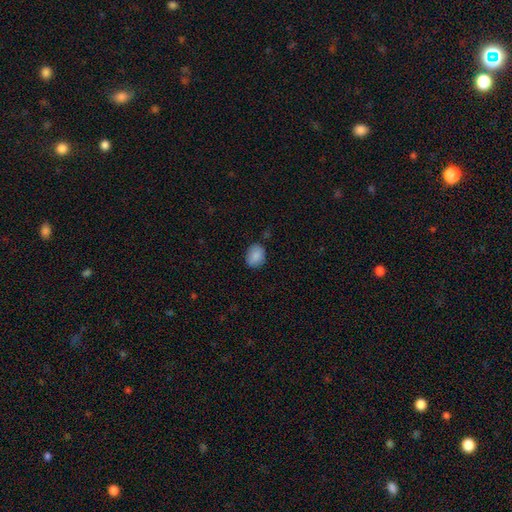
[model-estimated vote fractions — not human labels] A smooth galaxy with no disk features (88%) that is in between round and cigar-shaped (63%). Merging: none (81%).